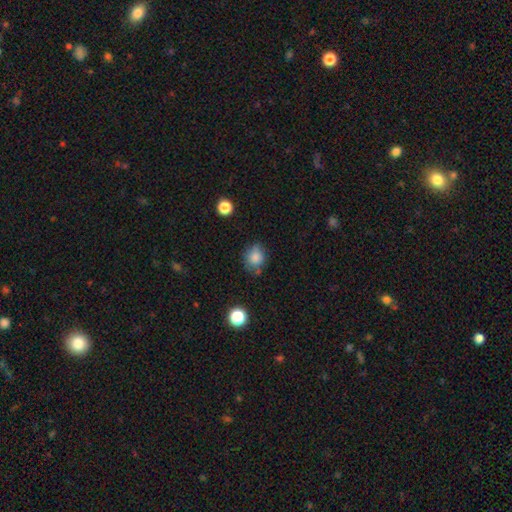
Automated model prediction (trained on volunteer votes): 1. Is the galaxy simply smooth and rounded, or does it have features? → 83% smooth, 10% star or artifact, 7% featured or disk.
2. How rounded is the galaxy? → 63% round, 36% in between, 1% cigar-shaped.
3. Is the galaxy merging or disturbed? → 65% none, 24% minor disturbance, 6% major disturbance, 5% merger.